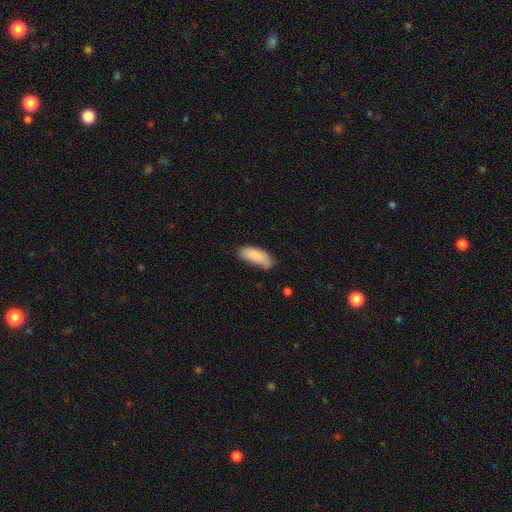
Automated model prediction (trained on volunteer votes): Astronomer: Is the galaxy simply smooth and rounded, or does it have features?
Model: smooth — 86%.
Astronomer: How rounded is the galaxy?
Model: in between — 78%.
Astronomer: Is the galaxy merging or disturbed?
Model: none — 66%.